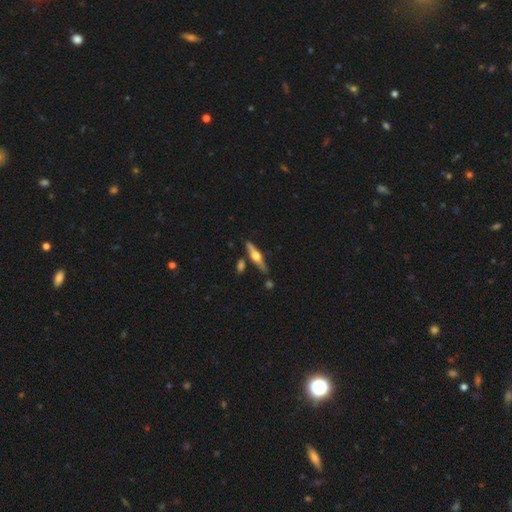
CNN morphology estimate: Overall: featured or disk (72%). Edge-on disk: yes (97%). Edge-on bulge: rounded (95%). Merging: none (81%).